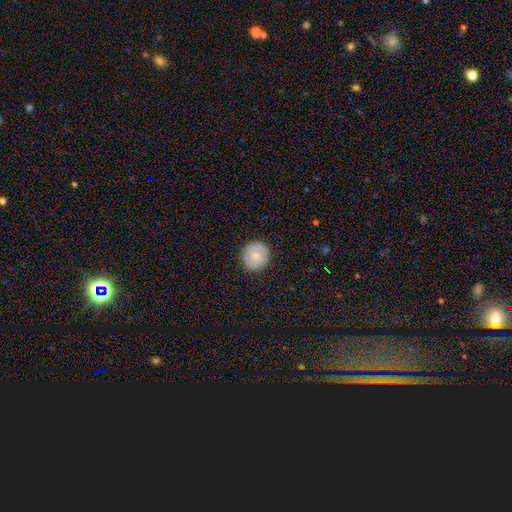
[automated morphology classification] Overall: smooth (74%). How rounded: round (92%). Merging: none (89%).